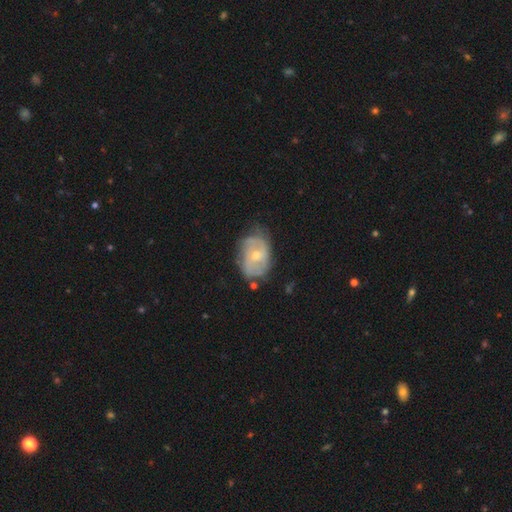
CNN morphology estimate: This is likely a featured or disk galaxy (68%). It is clearly not viewed edge-on (96%). Bar: possibly no (59%). Spiral arm pattern: likely yes (76%). Central bulge: possibly small (50%). Merging: possibly none (57%).